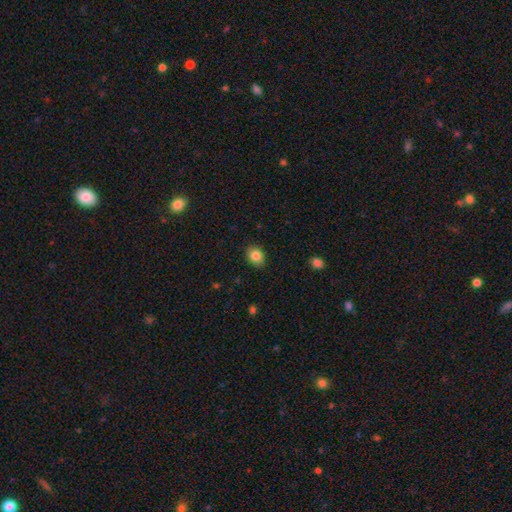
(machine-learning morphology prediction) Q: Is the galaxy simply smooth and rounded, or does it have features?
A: smooth — 84%.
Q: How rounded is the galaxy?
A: in between — 55%.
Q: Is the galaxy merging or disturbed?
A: none — 88%.